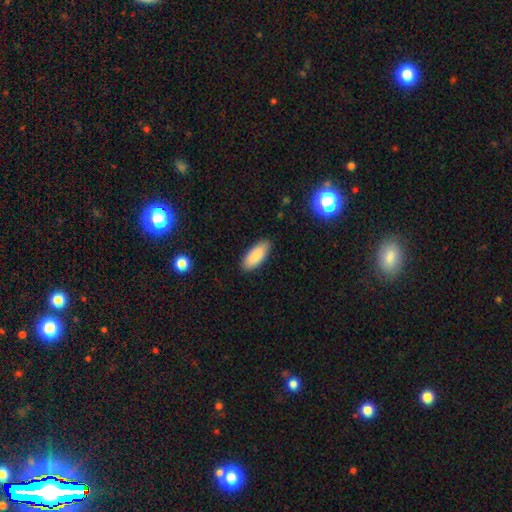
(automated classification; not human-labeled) This appears to be a smooth galaxy with no disk features (87%) that is in between round and cigar-shaped (81%). Merging: none (87%).